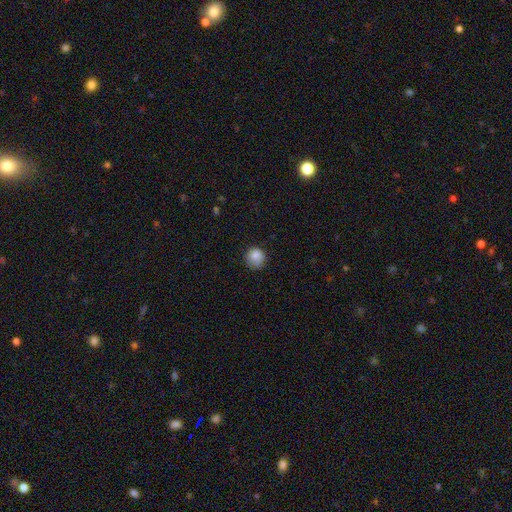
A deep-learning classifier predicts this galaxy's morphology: smooth-or-featured: smooth: 85% | star or artifact: 10% | featured or disk: 6%
  how-rounded: round: 87% | in between: 12% | cigar-shaped: 1%
  merging: none: 72% | minor disturbance: 21% | major disturbance: 5% | merger: 1%